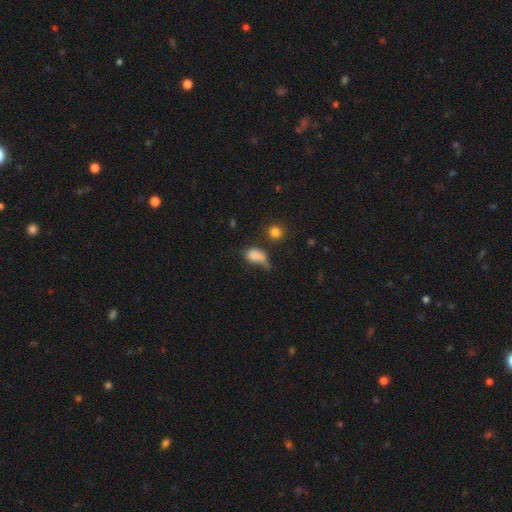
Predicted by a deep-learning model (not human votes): Morphology: type=smooth (74%); roundness=in between (79%); merging=major disturbance (38%).